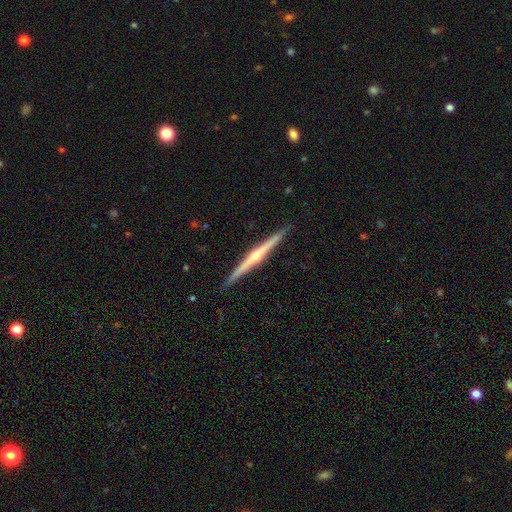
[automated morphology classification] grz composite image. It shows a featured or disk galaxy (82%) viewed edge-on (98%) with a rounded central bulge (85%). Merging: none (92%).